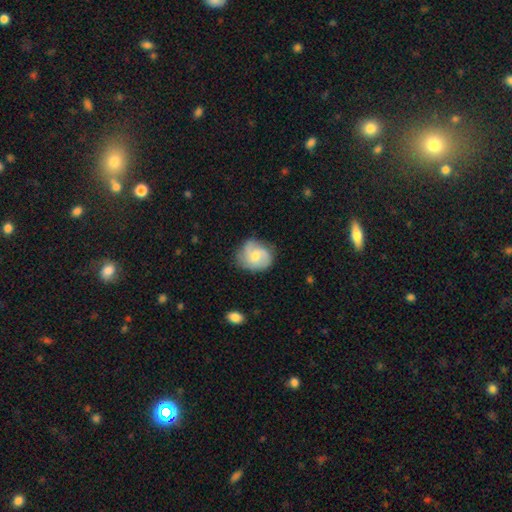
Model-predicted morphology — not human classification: A featured or disk galaxy (57%) with no bar (61%), spiral arms (88%) and a moderate central bulge (55%). Merging: none (64%).